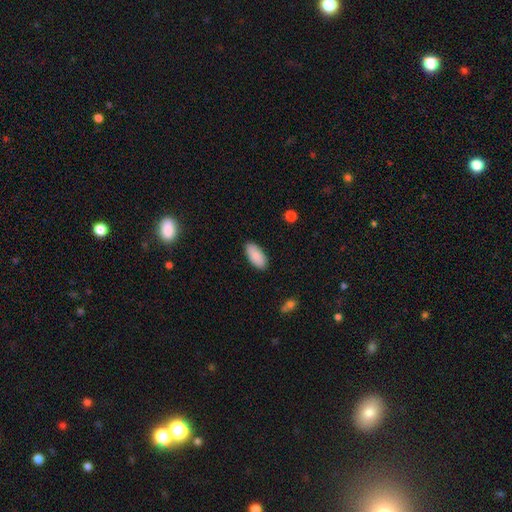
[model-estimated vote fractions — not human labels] A smooth galaxy with no disk features (88%) that is in between round and cigar-shaped (92%). Merging: none (88%).